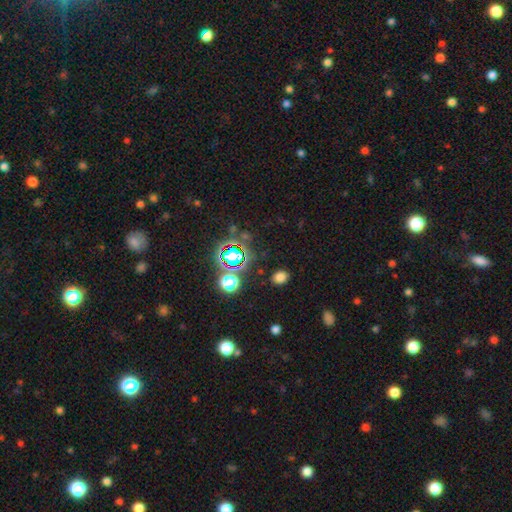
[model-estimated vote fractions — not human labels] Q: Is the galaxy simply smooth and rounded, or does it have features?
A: star or artifact — 77%.